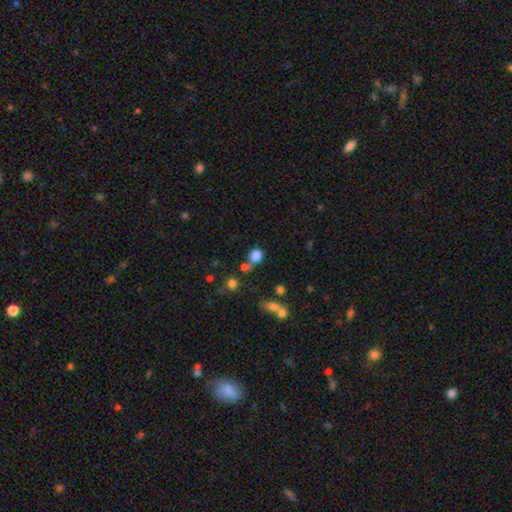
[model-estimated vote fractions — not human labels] Smooth or featured? Predicted: smooth (p=0.81). How rounded? Predicted: round (p=0.77). Merging? Predicted: none (p=0.58).